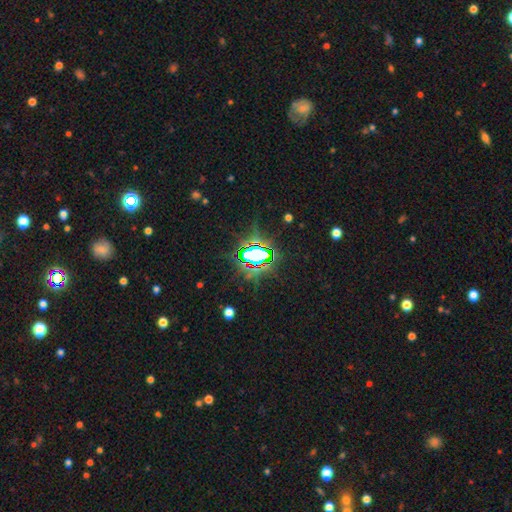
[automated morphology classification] smooth-or-featured: star or artifact: 75% | smooth: 13% | featured or disk: 11%